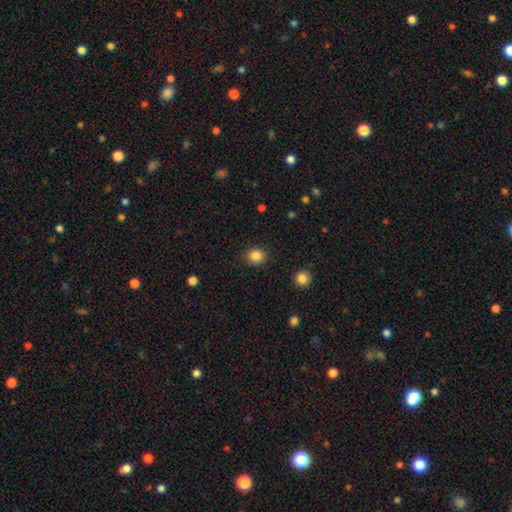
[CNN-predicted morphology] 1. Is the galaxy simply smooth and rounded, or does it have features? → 85% smooth, 11% star or artifact, 4% featured or disk.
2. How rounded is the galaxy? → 80% round, 19% in between, 1% cigar-shaped.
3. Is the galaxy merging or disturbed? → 90% none, 7% minor disturbance, 2% major disturbance, 1% merger.